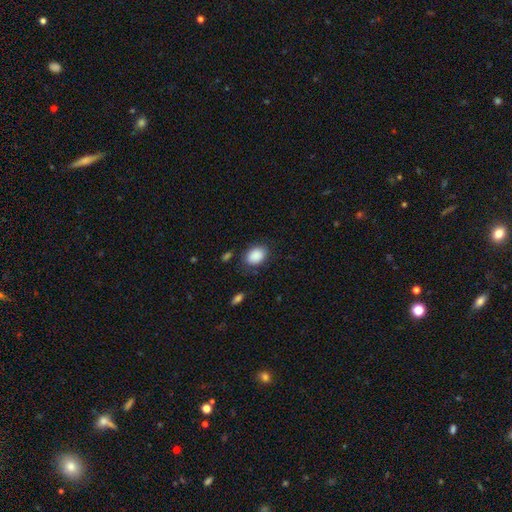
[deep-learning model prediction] This appears to be a smooth galaxy with no disk features (89%) that is in between round and cigar-shaped (71%). Merging: none (80%).